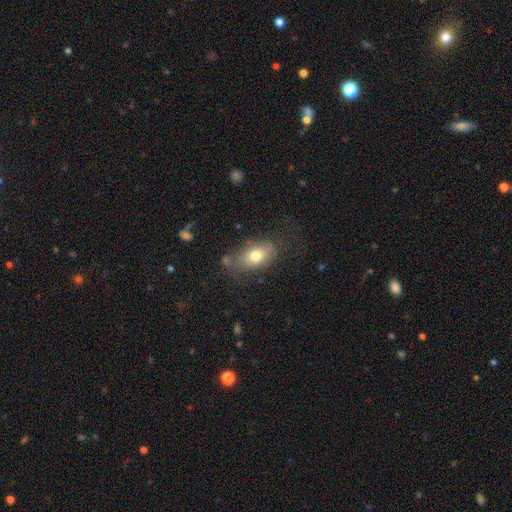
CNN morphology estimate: Smooth or featured? Predicted: smooth (p=0.74). How rounded? Predicted: in between (p=0.86). Merging? Predicted: none (p=0.62).